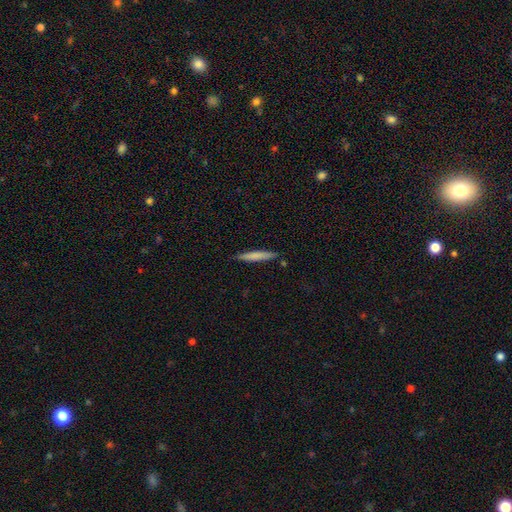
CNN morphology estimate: smooth-or-featured: smooth: 73% | featured or disk: 21% | star or artifact: 6%
  how-rounded: cigar-shaped: 94% | in between: 5% | round: 1%
  merging: none: 86% | minor disturbance: 10% | merger: 2% | major disturbance: 2%